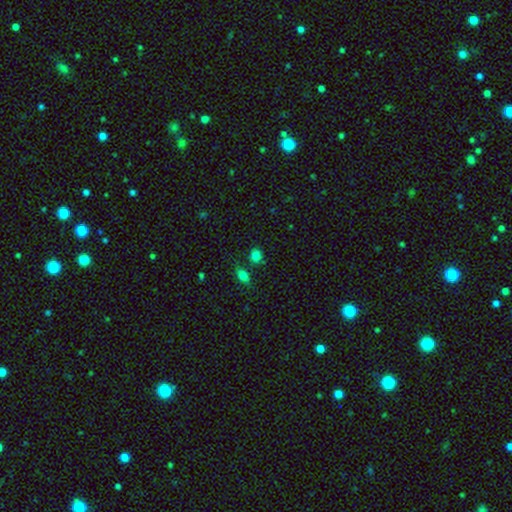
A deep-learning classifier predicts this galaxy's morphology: smooth-or-featured: smooth: 82% | star or artifact: 13% | featured or disk: 5%
  how-rounded: round: 71% | in between: 27% | cigar-shaped: 2%
  merging: none: 76% | minor disturbance: 12% | merger: 8% | major disturbance: 4%